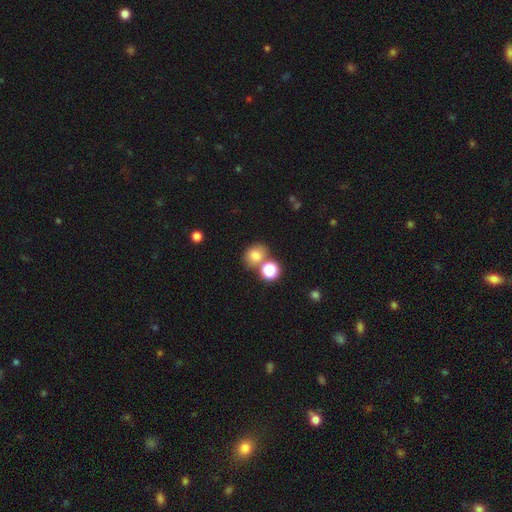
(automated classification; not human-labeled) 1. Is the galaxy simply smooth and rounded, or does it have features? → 76% smooth, 15% star or artifact, 9% featured or disk.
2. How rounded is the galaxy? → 65% round, 34% in between, 1% cigar-shaped.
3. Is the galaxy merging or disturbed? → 59% none, 26% merger, 10% minor disturbance, 4% major disturbance.